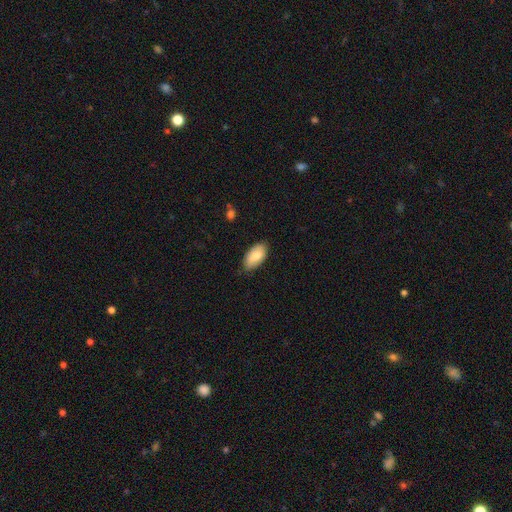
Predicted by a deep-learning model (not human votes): A smooth galaxy with no disk features (81%) that is in between round and cigar-shaped (94%).

Vote fractions:
- Smooth or featured? smooth: 81% / featured or disk: 14% / star or artifact: 6%
- How rounded? in between: 94% / cigar-shaped: 4% / round: 2%
- Merging? none: 76% / minor disturbance: 20% / major disturbance: 3% / merger: 1%